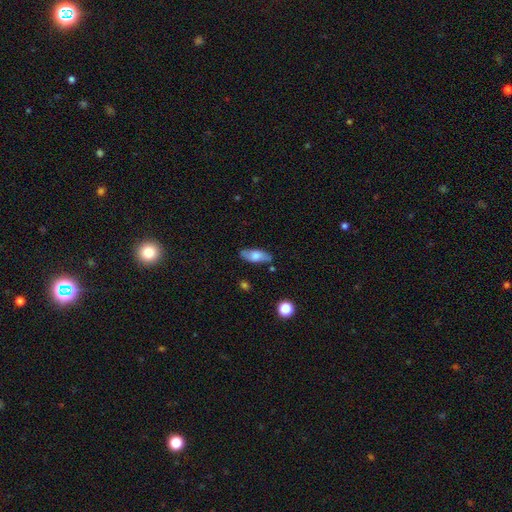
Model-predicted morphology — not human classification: smooth-or-featured: smooth: 67% | featured or disk: 26% | star or artifact: 7%
  how-rounded: in between: 77% | cigar-shaped: 20% | round: 3%
  merging: none: 80% | minor disturbance: 14% | major disturbance: 3% | merger: 3%